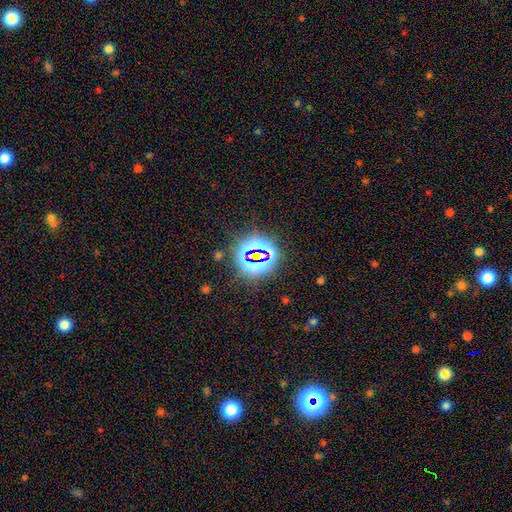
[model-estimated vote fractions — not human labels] Smooth or featured? star or artifact (78%)